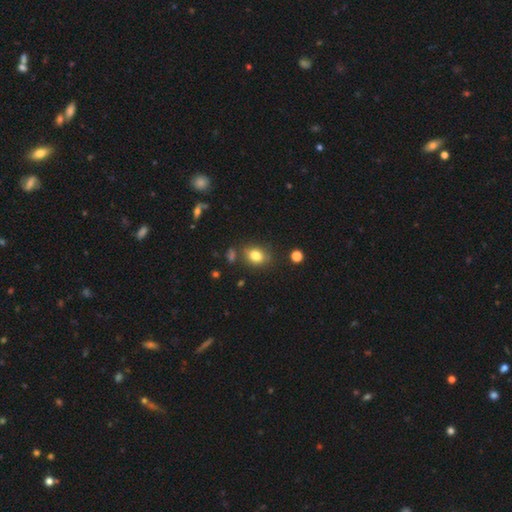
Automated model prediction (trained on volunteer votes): This appears to be a smooth galaxy with no disk features (81%) that is in between round and cigar-shaped (58%). Merging: none (77%).